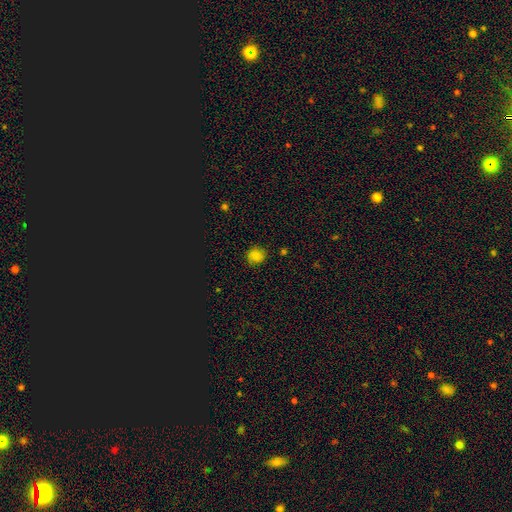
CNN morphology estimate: Smooth or featured? Predicted: smooth (p=0.80). How rounded? Predicted: round (p=0.86). Merging? Predicted: none (p=0.84).